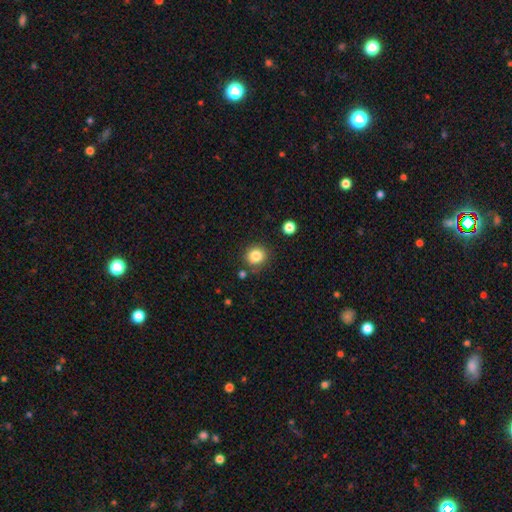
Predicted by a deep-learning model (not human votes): This appears to be a smooth galaxy with no disk features (85%) that is round (87%). Merging: none (82%).